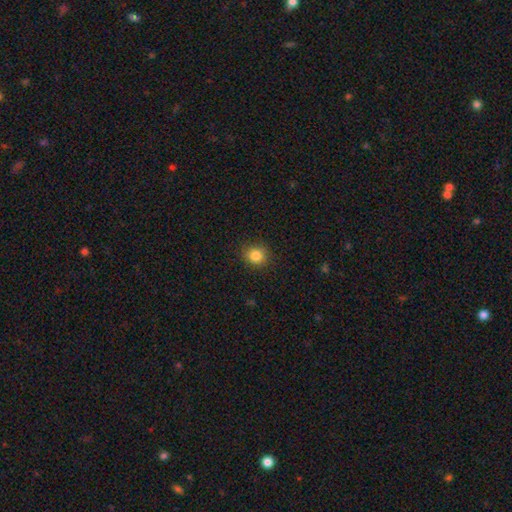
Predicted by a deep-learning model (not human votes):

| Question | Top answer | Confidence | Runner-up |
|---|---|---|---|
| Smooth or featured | smooth | 84% | star or artifact (11%) |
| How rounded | round | 87% | in between (12%) |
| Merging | none | 88% | minor disturbance (9%) |